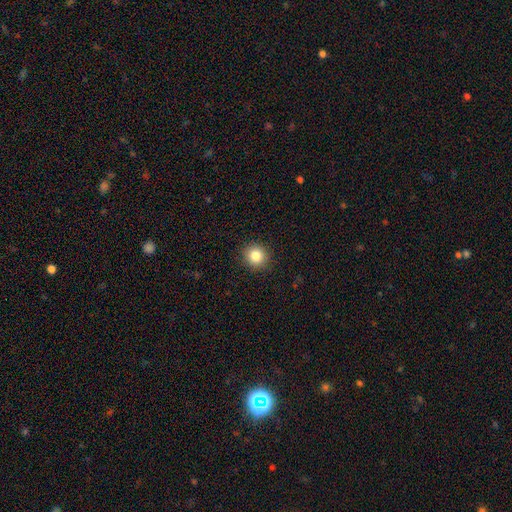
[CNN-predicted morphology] A smooth galaxy with no disk features (83%) that is round (91%). Merging: none (92%).